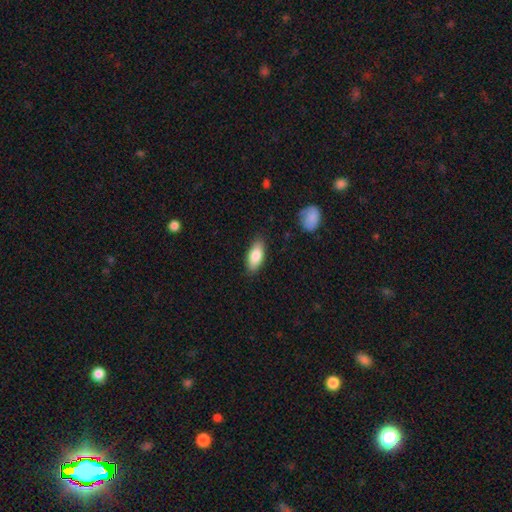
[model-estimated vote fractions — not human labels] Smooth or featured: smooth — 82% (featured or disk — 11%)
How rounded: in between — 85% (cigar-shaped — 13%)
Merging: none — 85% (minor disturbance — 11%)